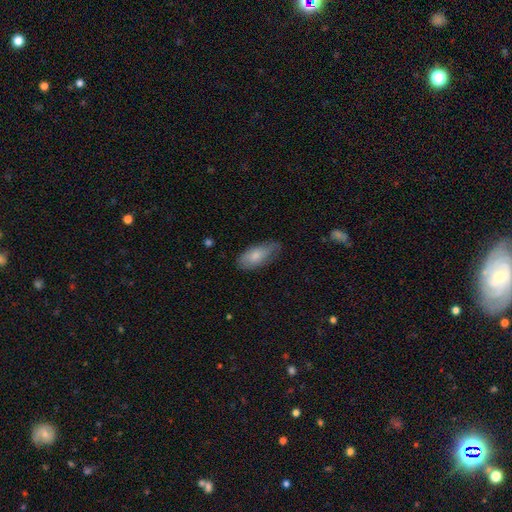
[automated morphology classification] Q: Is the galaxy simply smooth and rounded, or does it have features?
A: smooth — 77%.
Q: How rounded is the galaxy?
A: in between — 87%.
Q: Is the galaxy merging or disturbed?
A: none — 66%.